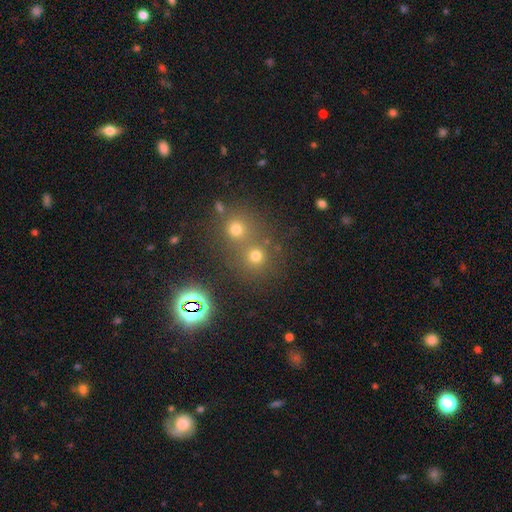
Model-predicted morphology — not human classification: A smooth galaxy with no disk features (68%) that is round (89%).

Vote fractions:
- Smooth or featured? smooth: 68% / star or artifact: 24% / featured or disk: 8%
- How rounded? round: 89% / in between: 10% / cigar-shaped: 1%
- Merging? none: 57% / merger: 33% / minor disturbance: 6% / major disturbance: 3%